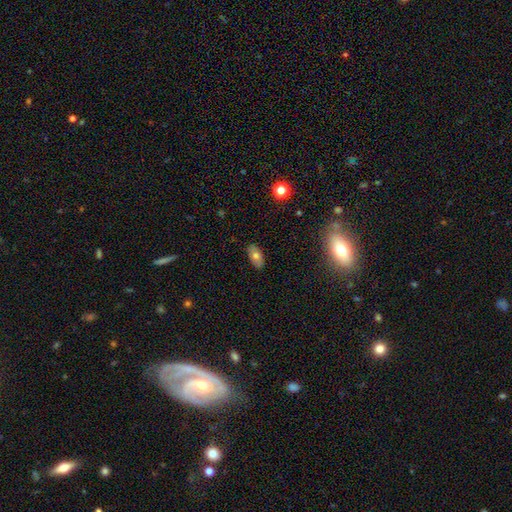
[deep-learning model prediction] smooth 69%, featured or disk 22%, star or artifact 9%. Down the decision tree: how rounded — in between (92%); merging — none (86%).